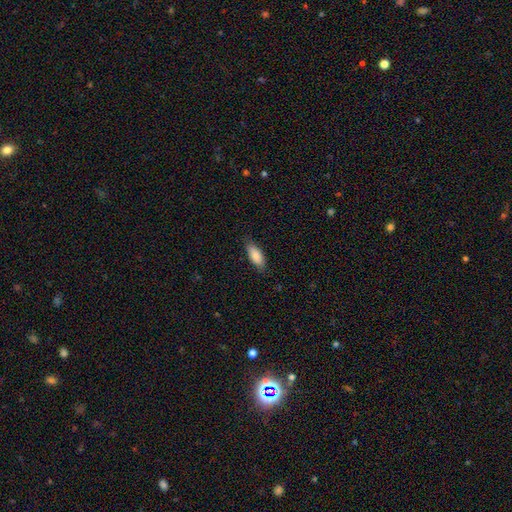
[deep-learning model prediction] This appears to be a smooth galaxy with no disk features (85%) that is in between round and cigar-shaped (80%). Merging: none (82%).